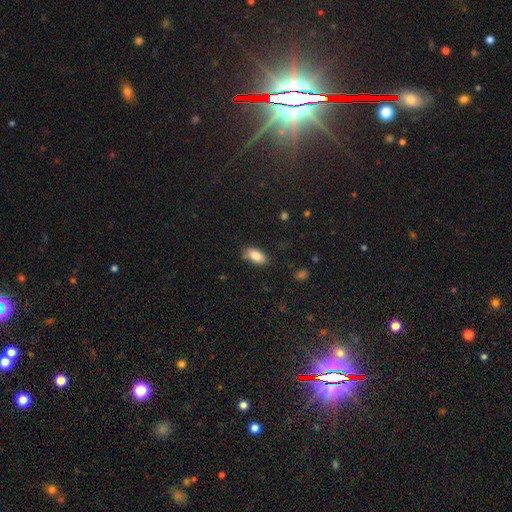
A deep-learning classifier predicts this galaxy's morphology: Smooth or featured: smooth — 85% (featured or disk — 8%)
How rounded: in between — 91% (cigar-shaped — 6%)
Merging: none — 78% (minor disturbance — 16%)